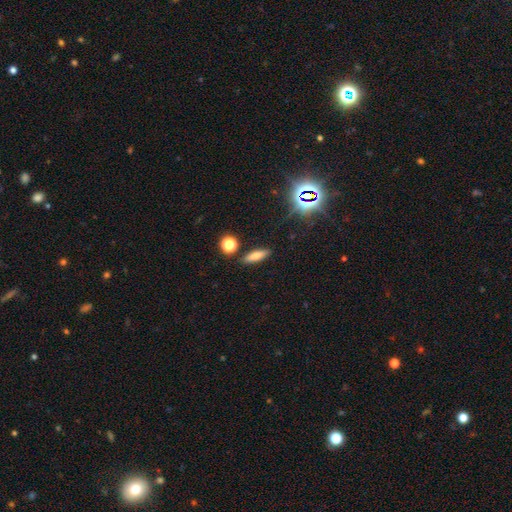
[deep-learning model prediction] Smooth or featured? Predicted: smooth (p=0.71). How rounded? Predicted: cigar-shaped (p=0.53). Merging? Predicted: none (p=0.87).